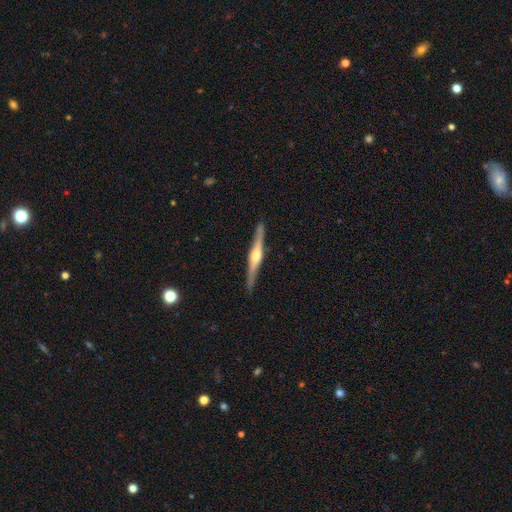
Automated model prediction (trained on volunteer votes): The model was most divided on "smooth or featured": featured or disk: 79%, smooth: 16%, star or artifact: 5%. More confident: edge-on disk — yes (98%); edge-on bulge — rounded (90%); merging — none (90%).